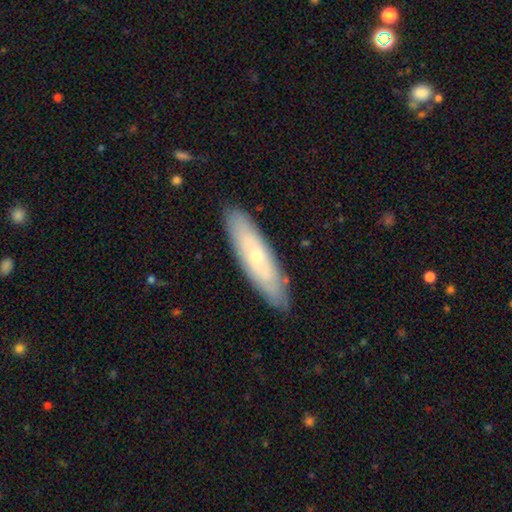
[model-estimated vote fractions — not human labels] Smooth or featured?
  - featured or disk: 47% * (tied)
  - smooth: 47% * (tied)
  - star or artifact: 6%
Merging?
  - none: 85% *
  - minor disturbance: 12%
  - major disturbance: 2%
  - merger: 1%